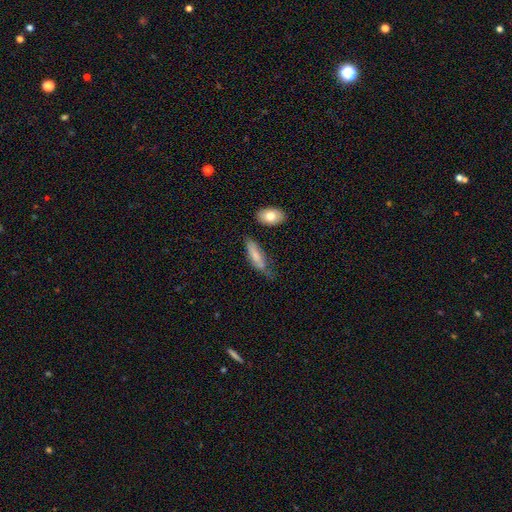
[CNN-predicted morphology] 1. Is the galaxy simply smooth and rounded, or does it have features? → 67% smooth, 26% featured or disk, 7% star or artifact.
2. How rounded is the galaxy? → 52% cigar-shaped, 46% in between, 2% round.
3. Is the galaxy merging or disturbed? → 47% none, 34% minor disturbance, 14% major disturbance, 5% merger.